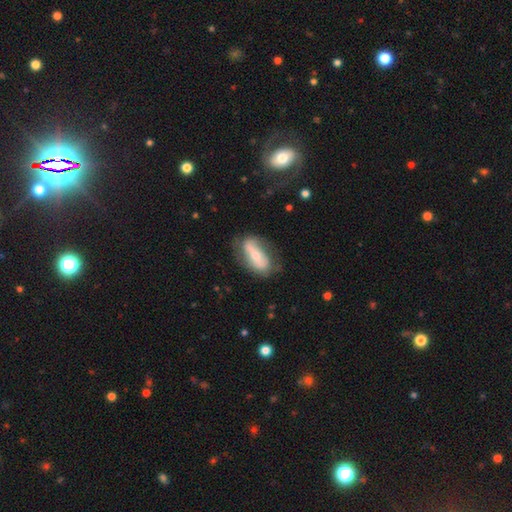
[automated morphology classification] type=featured or disk (53%); edge-on=no (79%); merging=none (68%).